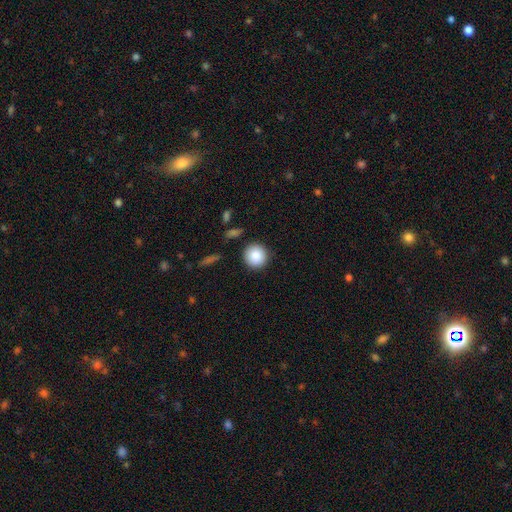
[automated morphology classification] type=smooth (87%); roundness=round (93%); merging=none (89%).